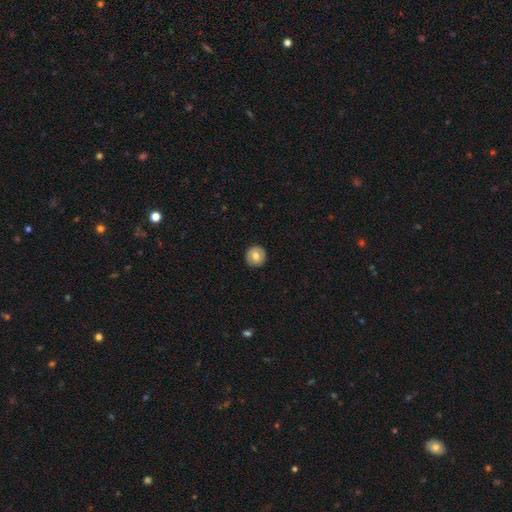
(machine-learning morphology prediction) smooth_or_featured: smooth (p=0.69) [alt: featured or disk p=0.24]
how_rounded: round (p=0.94) [alt: in between p=0.05]
merging: none (p=0.91) [alt: minor disturbance p=0.06]